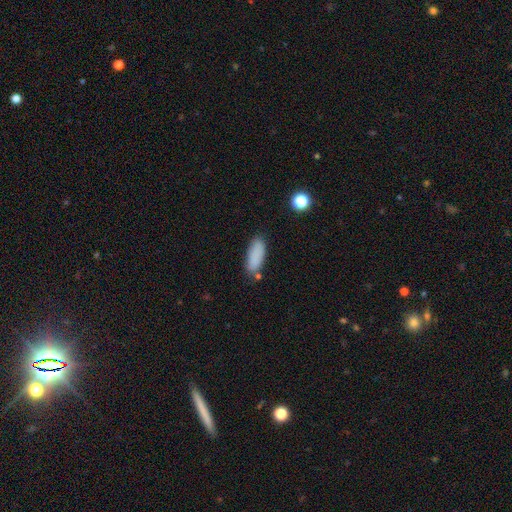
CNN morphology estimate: smooth-or-featured: smooth: 86% | star or artifact: 8% | featured or disk: 6%
  how-rounded: in between: 74% | cigar-shaped: 24% | round: 2%
  merging: none: 74% | minor disturbance: 17% | merger: 5% | major disturbance: 4%